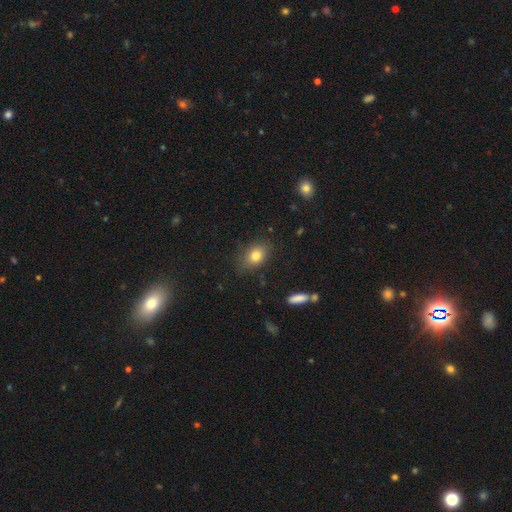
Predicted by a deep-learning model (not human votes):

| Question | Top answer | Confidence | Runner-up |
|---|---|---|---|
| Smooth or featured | smooth | 81% | star or artifact (10%) |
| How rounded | in between | 74% | round (24%) |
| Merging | none | 81% | minor disturbance (14%) |